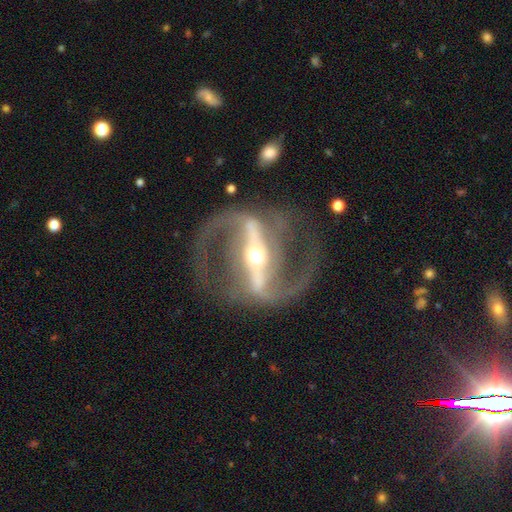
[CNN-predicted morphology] The model was most divided on "bulge size": small: 61%, moderate: 34%, large: 2%, dominant: 1%, none: 1%. More confident: spiral arms — yes (97%); edge-on disk — no (94%); spiral arm count — 2 (93%); smooth or featured — featured or disk (93%); bar — strong (83%); merging — none (78%); spiral winding — medium (57%).